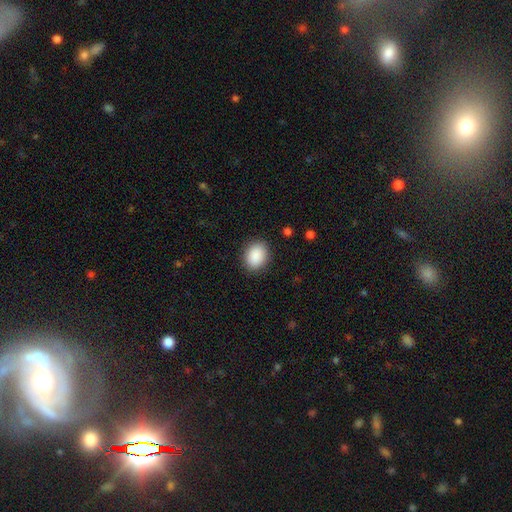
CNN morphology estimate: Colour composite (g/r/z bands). It shows a smooth galaxy with no disk features (90%) that is in between round and cigar-shaped (60%). Merging: none (88%).